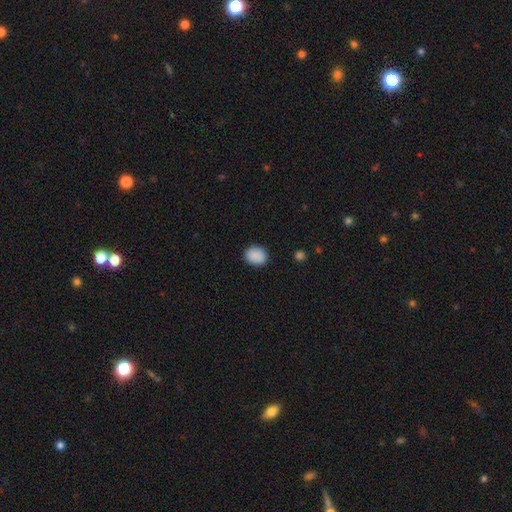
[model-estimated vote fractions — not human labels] Smooth or featured? smooth (89%)
How rounded? round (55%)
Merging? none (88%)